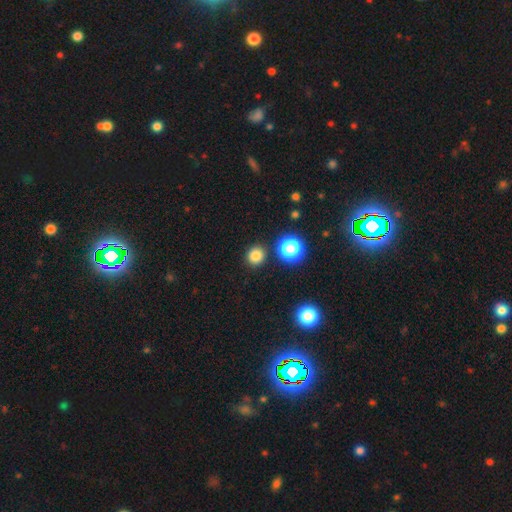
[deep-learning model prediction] This is clearly a smooth galaxy (80%). How rounded: clearly round (89%). Merging: clearly none (87%).